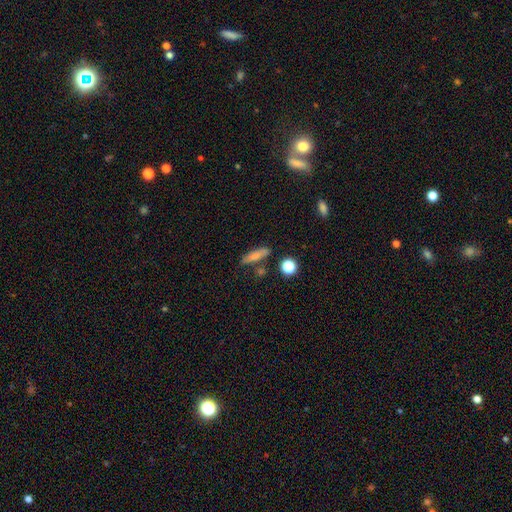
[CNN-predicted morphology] A smooth galaxy with no disk features (76%) that is cigar-shaped (71%). Merging: none (73%).